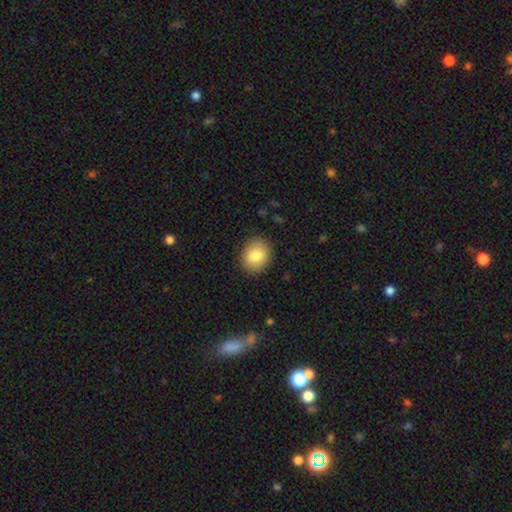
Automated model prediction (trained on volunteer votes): Overall: smooth (83%). How rounded: round (60%; in between 39%). Merging: none (88%).